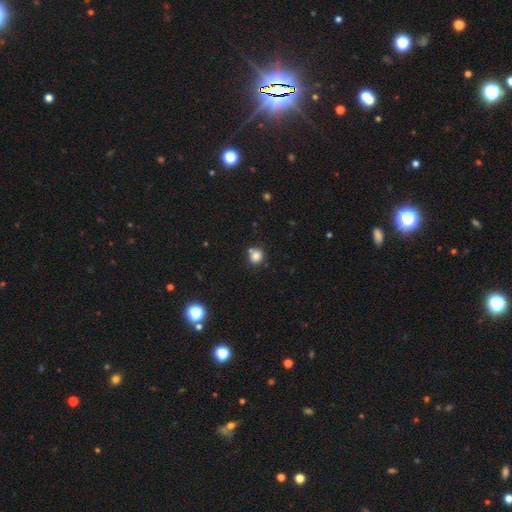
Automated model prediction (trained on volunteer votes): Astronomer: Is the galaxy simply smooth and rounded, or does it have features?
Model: smooth — 82%.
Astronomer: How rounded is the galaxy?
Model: round — 84%.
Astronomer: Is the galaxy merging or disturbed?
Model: none — 66%.